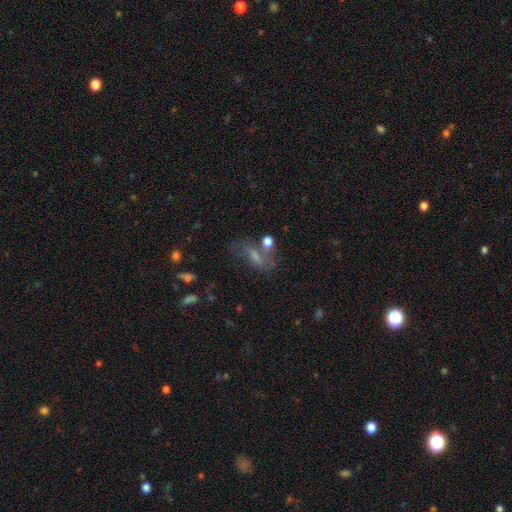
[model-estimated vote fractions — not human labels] A smooth galaxy with no disk features (43%). Merging: none (52%).